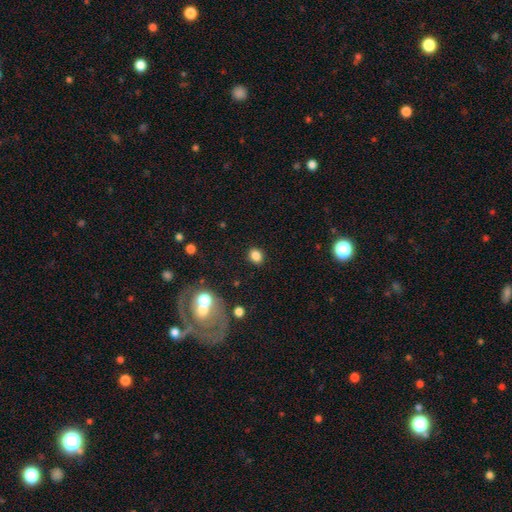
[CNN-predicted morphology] smooth 84%, star or artifact 11%, featured or disk 5%. Down the decision tree: how rounded — in between (51%); merging — none (88%).